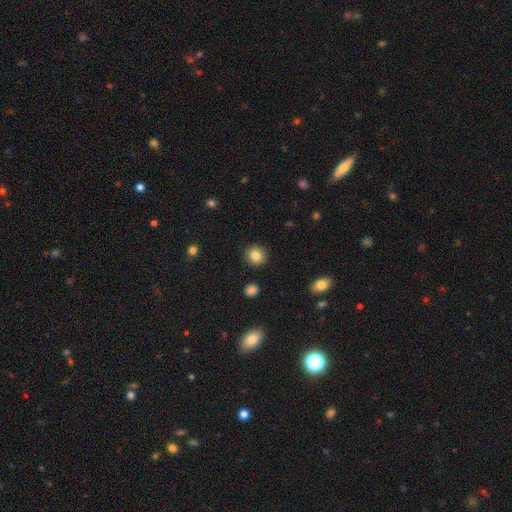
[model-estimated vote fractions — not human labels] smooth 84%, star or artifact 10%, featured or disk 6%. Down the decision tree: how rounded — round (87%); merging — none (91%).